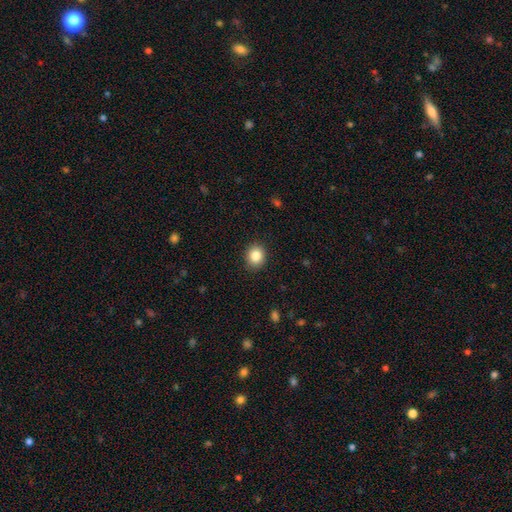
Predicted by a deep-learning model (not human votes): Morphology: type=smooth (85%); roundness=round (68%); merging=none (90%).